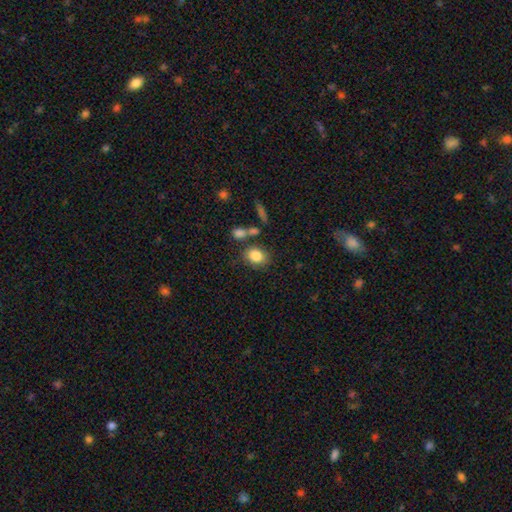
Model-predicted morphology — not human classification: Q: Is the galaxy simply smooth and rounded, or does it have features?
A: smooth — 84%.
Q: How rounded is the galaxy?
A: in between — 60%.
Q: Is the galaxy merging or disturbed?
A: none — 71%.